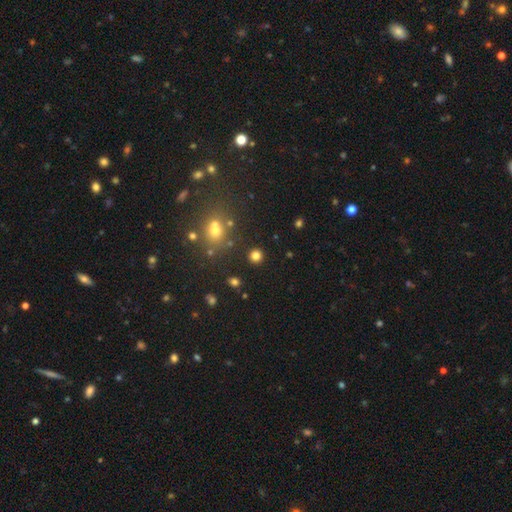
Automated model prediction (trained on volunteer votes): A smooth galaxy with no disk features (78%) that is round (91%). Merging: none (88%).